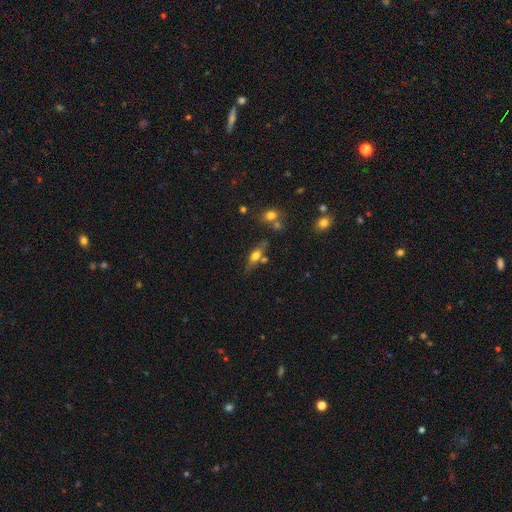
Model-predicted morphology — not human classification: This is possibly a smooth galaxy (57%). How rounded: likely in between (61%). Merging: likely none (60%).